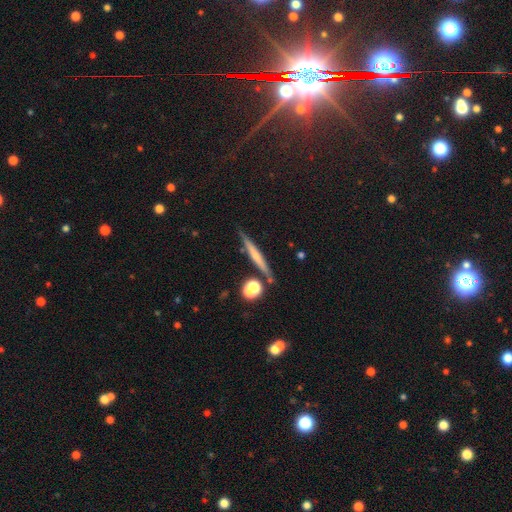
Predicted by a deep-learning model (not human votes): Smooth or featured: featured or disk — 48% (smooth — 44%)
Merging: none — 81% (minor disturbance — 10%)